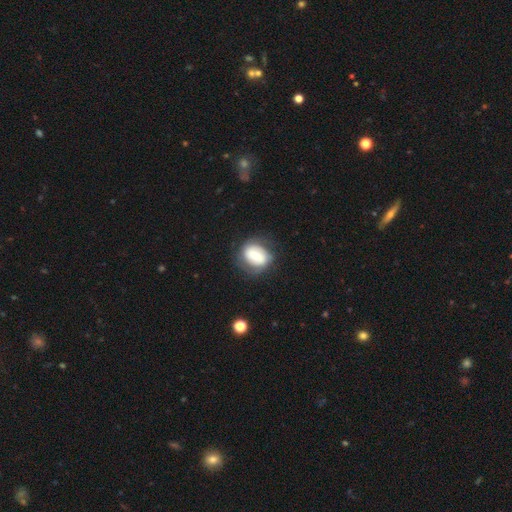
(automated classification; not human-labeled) The model was most divided on "smooth or featured": featured or disk: 48%, smooth: 44%, star or artifact: 8%. More confident: merging — none (70%).